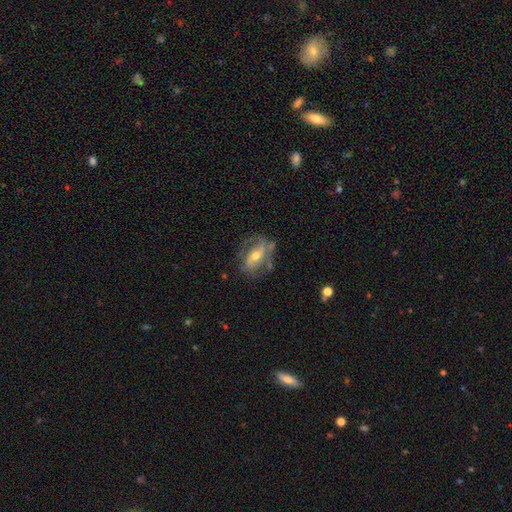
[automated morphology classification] Overall: featured or disk (71%). Edge-on disk: no (90%). Bar: strong (40%; weak 30%). Spiral arms: yes (65%; no 35%). Bulge size: moderate (63%; small 31%). Merging: none (57%; minor disturbance 23%).